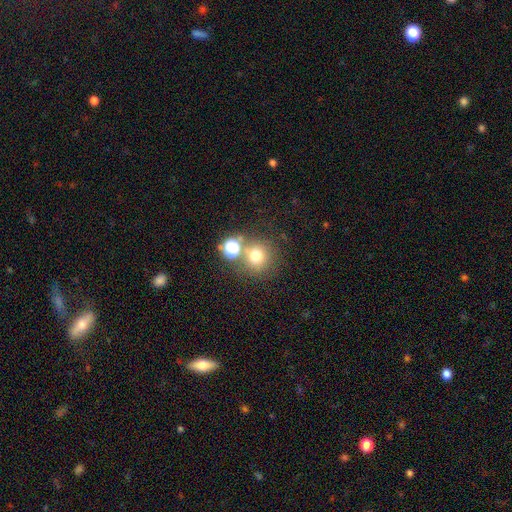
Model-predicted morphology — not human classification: A smooth galaxy with no disk features (70%) that is round (91%). Merging: none (66%).